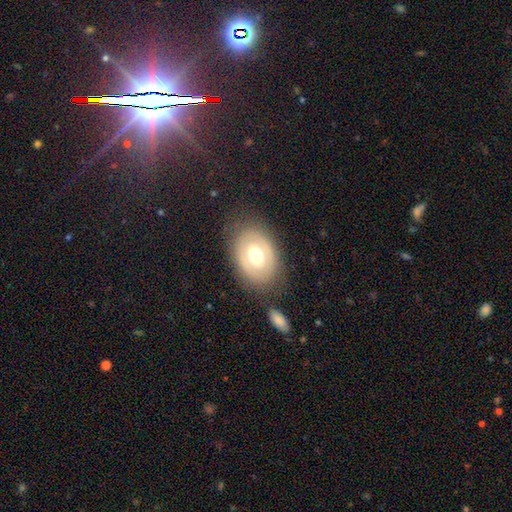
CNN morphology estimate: Overall: smooth (49%; featured or disk 44%). Merging: none (78%).